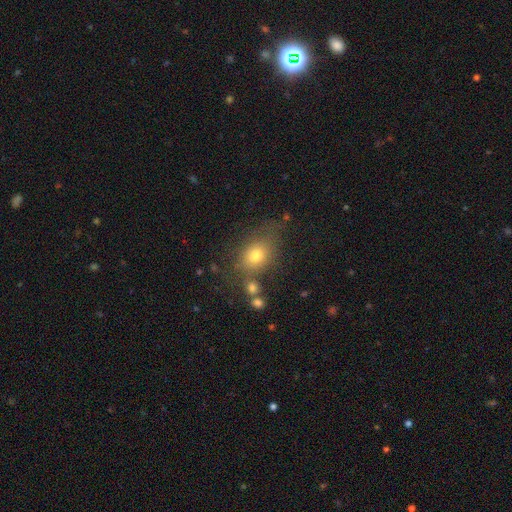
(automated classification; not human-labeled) Smooth or featured? Predicted: smooth (p=0.74). How rounded? Predicted: in between (p=0.59). Merging? Predicted: none (p=0.62).